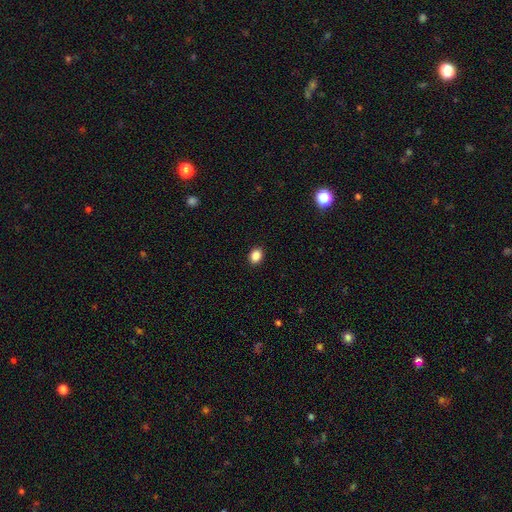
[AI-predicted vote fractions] The model was most divided on "how rounded": in between: 59%, round: 40%, cigar-shaped: 1%. More confident: merging — none (91%); smooth or featured — smooth (87%).